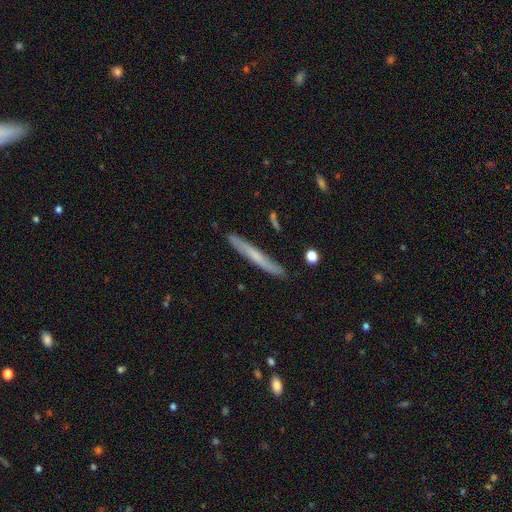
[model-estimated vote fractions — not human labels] This appears to be a smooth galaxy with no disk features (50%). Merging: none (89%).